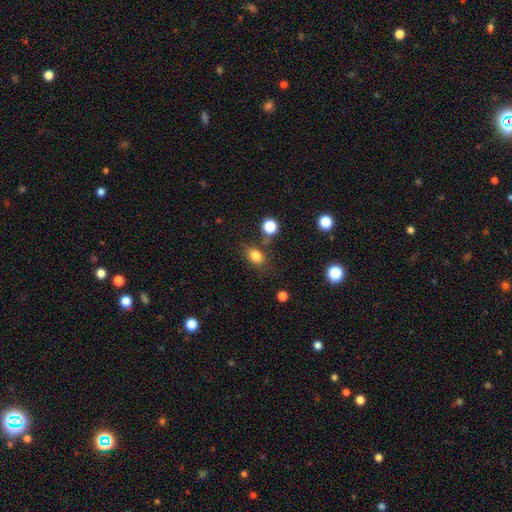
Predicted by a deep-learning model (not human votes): This appears to be a smooth galaxy with no disk features (81%) that is in between round and cigar-shaped (67%). Merging: none (68%).